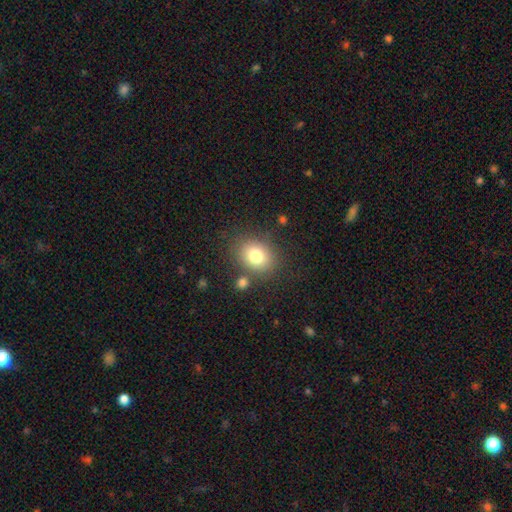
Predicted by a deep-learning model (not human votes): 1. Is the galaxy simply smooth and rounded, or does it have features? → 78% smooth, 11% featured or disk, 11% star or artifact.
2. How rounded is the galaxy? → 51% round, 48% in between, 1% cigar-shaped.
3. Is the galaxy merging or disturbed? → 77% none, 11% minor disturbance, 8% merger, 4% major disturbance.